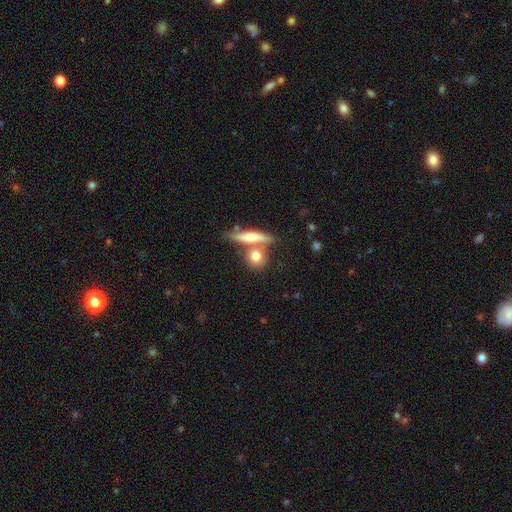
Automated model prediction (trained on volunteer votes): This appears to be a smooth galaxy with no disk features (70%) that is round (58%). Merging: none (51%).